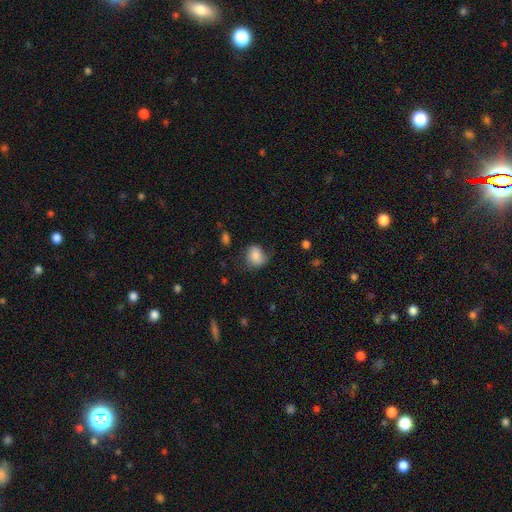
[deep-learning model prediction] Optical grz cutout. It shows a smooth galaxy with no disk features (78%) that is round (61%). Merging: none (57%).